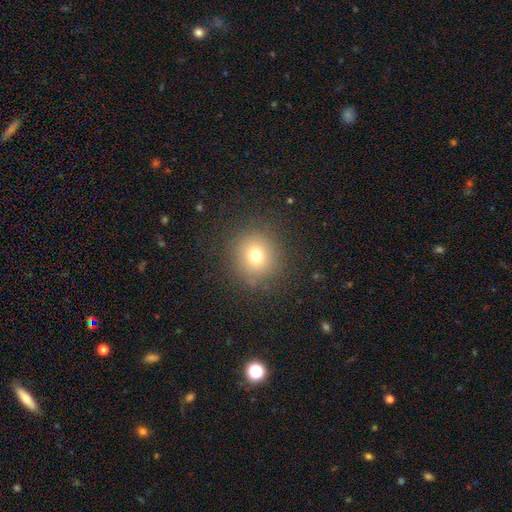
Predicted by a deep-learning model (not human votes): Smooth or featured? Predicted: smooth (p=0.73). How rounded? Predicted: round (p=0.91). Merging? Predicted: none (p=0.87).